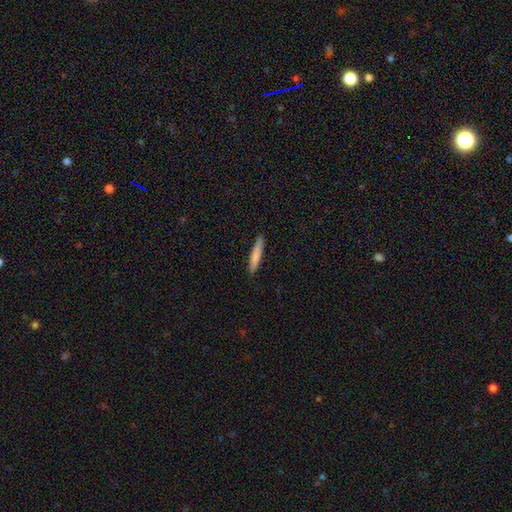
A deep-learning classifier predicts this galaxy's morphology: Smooth or featured?
  - smooth: 77% *
  - featured or disk: 18%
  - star or artifact: 6%
How rounded?
  - cigar-shaped: 92% *
  - in between: 7%
  - round: 1%
Merging?
  - none: 89% *
  - minor disturbance: 8%
  - major disturbance: 2%
  - merger: 1%